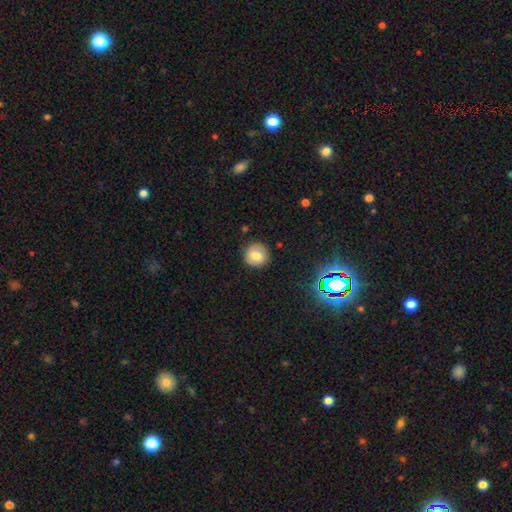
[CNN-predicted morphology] This appears to be a smooth galaxy with no disk features (74%) that is round (91%). Merging: none (86%).